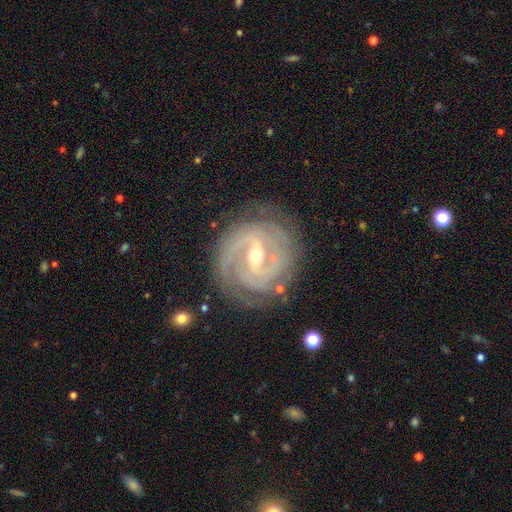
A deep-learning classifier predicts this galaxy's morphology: Smooth or featured? Predicted: featured or disk (p=0.90). Edge-on disk? Predicted: no (p=0.97). Bar? Predicted: weak (p=0.45). Spiral arms? Predicted: yes (p=0.98). Spiral winding? Predicted: tight (p=0.66). Spiral arm count? Predicted: 2 (p=0.53). Bulge size? Predicted: small (p=0.49). Merging? Predicted: none (p=0.79).